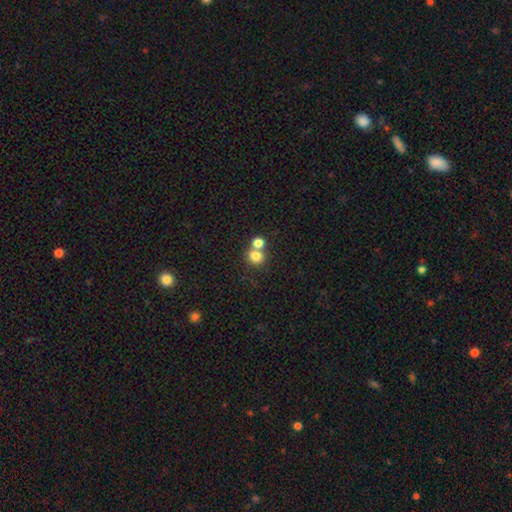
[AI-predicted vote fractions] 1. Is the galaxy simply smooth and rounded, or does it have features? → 79% smooth, 12% star or artifact, 9% featured or disk.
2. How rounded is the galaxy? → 81% round, 18% in between, 1% cigar-shaped.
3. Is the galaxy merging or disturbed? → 48% merger, 44% none, 6% minor disturbance, 3% major disturbance.